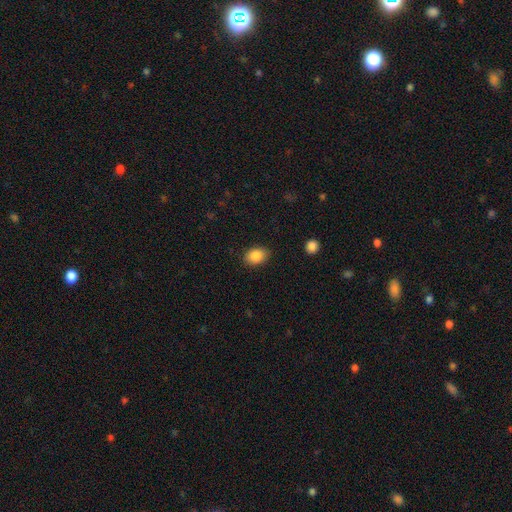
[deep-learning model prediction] A smooth galaxy with no disk features (87%) that is in between round and cigar-shaped (74%).

Vote fractions:
- Smooth or featured? smooth: 87% / star or artifact: 8% / featured or disk: 5%
- How rounded? in between: 74% / round: 25% / cigar-shaped: 1%
- Merging? none: 85% / minor disturbance: 11% / major disturbance: 3% / merger: 1%